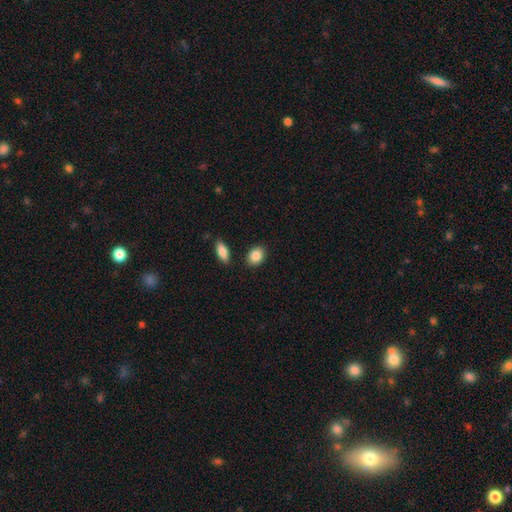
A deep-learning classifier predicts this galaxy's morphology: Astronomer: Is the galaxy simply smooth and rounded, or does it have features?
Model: smooth — 87%.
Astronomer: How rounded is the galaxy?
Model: in between — 71%.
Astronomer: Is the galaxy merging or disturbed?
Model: none — 85%.